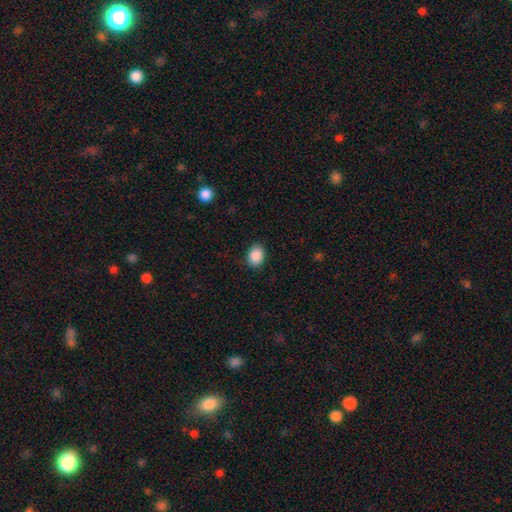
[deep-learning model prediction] smooth_or_featured: smooth (p=0.89) [alt: star or artifact p=0.08]
how_rounded: in between (p=0.63) [alt: round p=0.36]
merging: none (p=0.87) [alt: minor disturbance p=0.09]